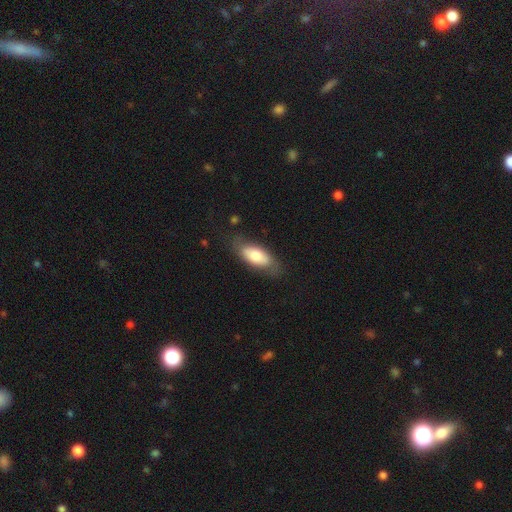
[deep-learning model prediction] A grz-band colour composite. It shows a smooth galaxy with no disk features (71%) that is in between round and cigar-shaped (83%). Merging: none (73%).